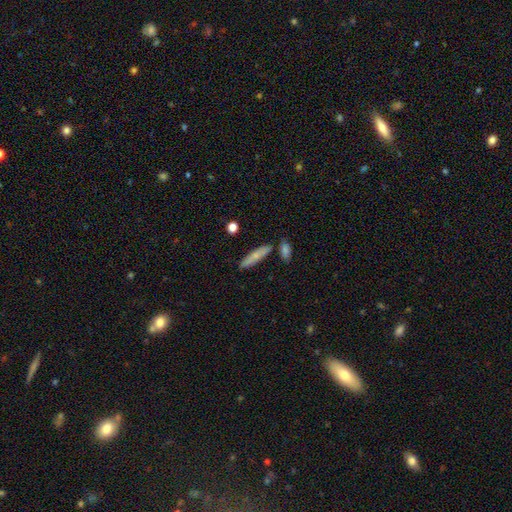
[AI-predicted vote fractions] Smooth or featured?
  - smooth: 68% *
  - featured or disk: 25%
  - star or artifact: 7%
How rounded?
  - cigar-shaped: 81% *
  - in between: 17%
  - round: 2%
Merging?
  - none: 78% *
  - minor disturbance: 12%
  - merger: 8%
  - major disturbance: 2%